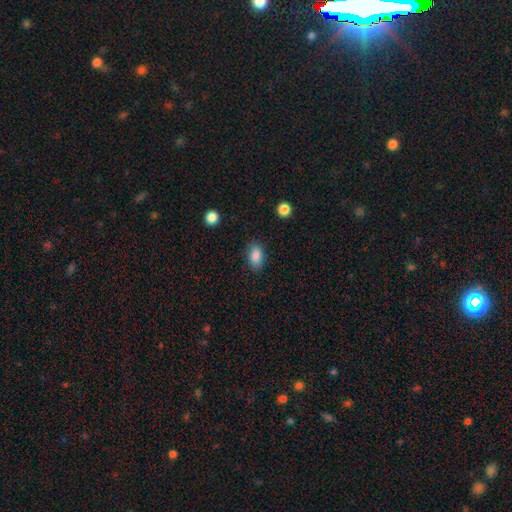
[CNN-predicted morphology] smooth_or_featured: smooth (p=0.87) [alt: star or artifact p=0.08]
how_rounded: in between (p=0.87) [alt: round p=0.11]
merging: none (p=0.83) [alt: minor disturbance p=0.13]